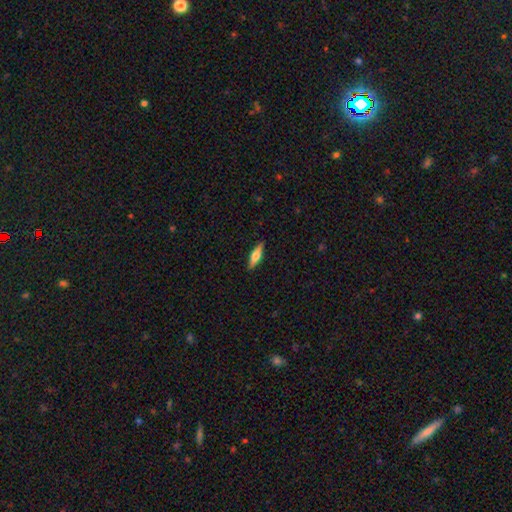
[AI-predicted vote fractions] Morphology: type=smooth (49%); merging=none (90%).